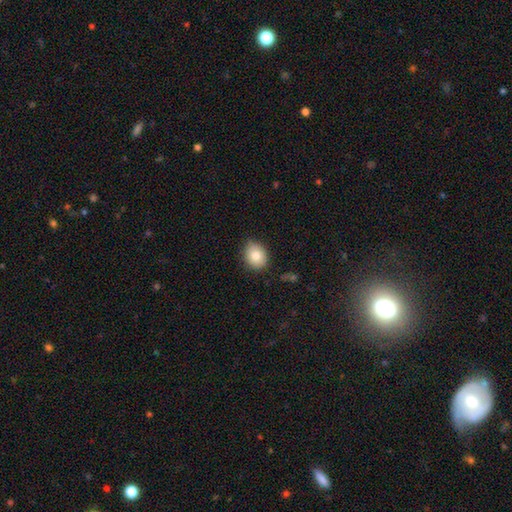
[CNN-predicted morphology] A smooth galaxy with no disk features (82%) that is round (56%).

Vote fractions:
- Smooth or featured? smooth: 82% / featured or disk: 9% / star or artifact: 9%
- How rounded? round: 56% / in between: 43% / cigar-shaped: 1%
- Merging? none: 80% / minor disturbance: 16% / major disturbance: 3% / merger: 1%